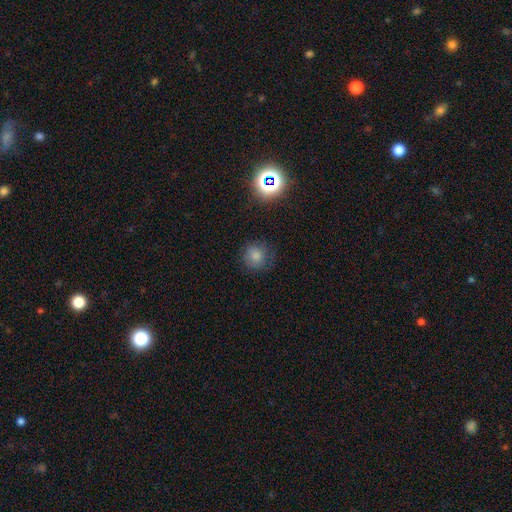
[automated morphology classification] This appears to be a smooth galaxy with no disk features (76%) that is round (90%). Merging: none (78%).